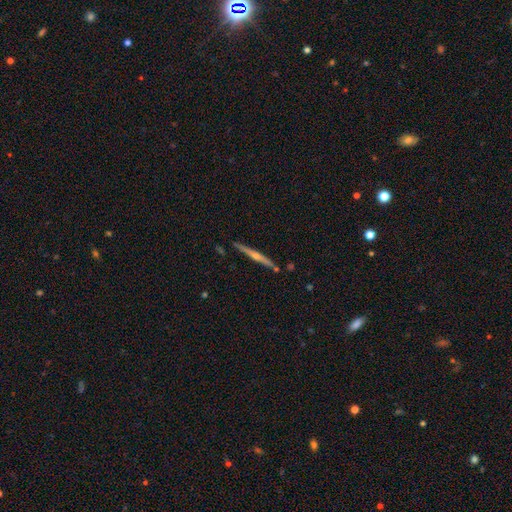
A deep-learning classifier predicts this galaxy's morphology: The model was most divided on "smooth or featured": featured or disk: 78%, smooth: 16%, star or artifact: 6%. More confident: edge-on disk — yes (98%); merging — none (89%); edge-on bulge — rounded (80%).